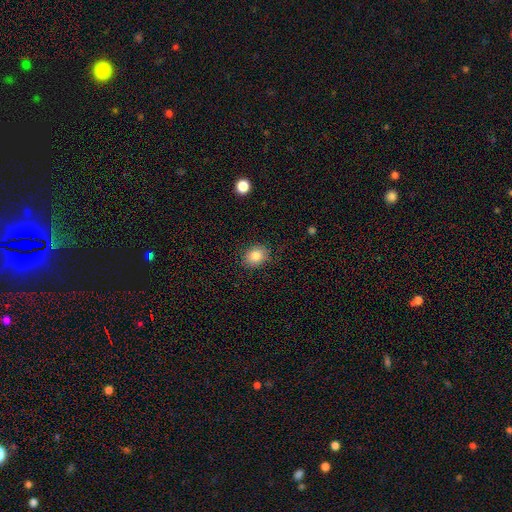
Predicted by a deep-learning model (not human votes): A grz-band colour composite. It shows a smooth galaxy with no disk features (85%) that is round (50%). Merging: none (85%).